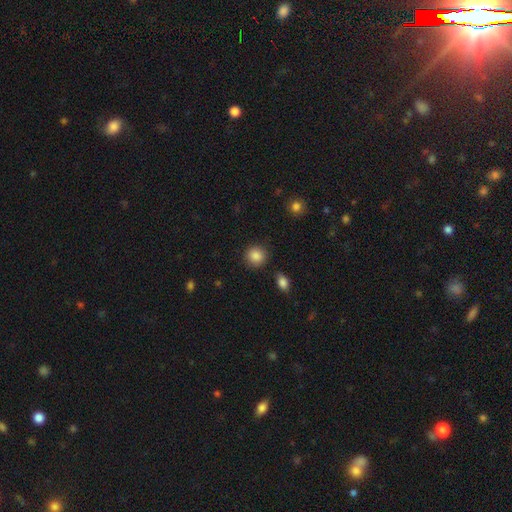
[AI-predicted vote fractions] Smooth or featured: smooth — 88% (star or artifact — 8%)
How rounded: round — 87% (in between — 12%)
Merging: none — 87% (minor disturbance — 8%)